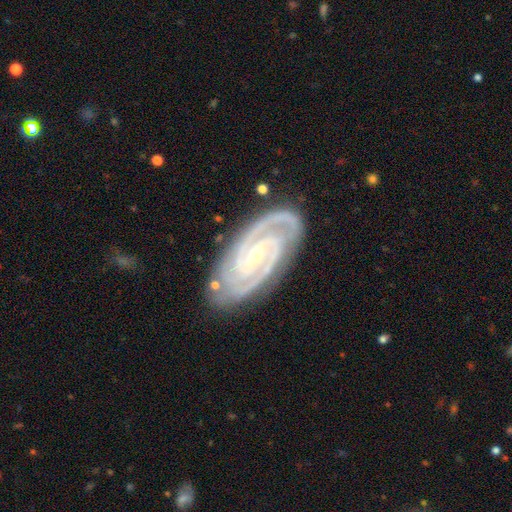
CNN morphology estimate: The model was most divided on "bar": no: 40%, weak: 33%, strong: 27%. More confident: spiral arms — yes (99%); edge-on disk — no (97%); smooth or featured — featured or disk (93%); merging — none (82%); spiral winding — tight (74%); bulge size — small (74%); spiral arm count — 2 (61%).